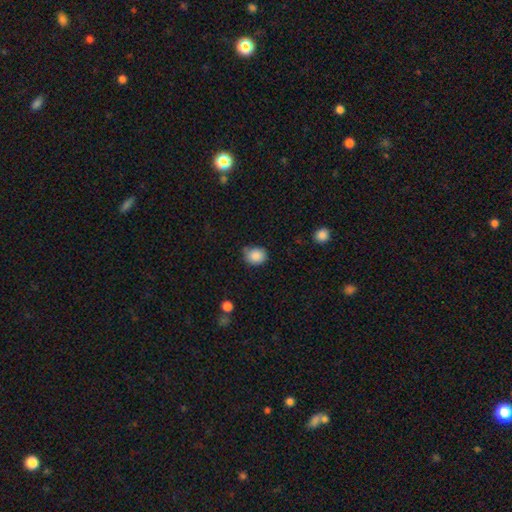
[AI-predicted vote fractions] The model was most divided on "how rounded": round: 64%, in between: 35%, cigar-shaped: 1%. More confident: smooth or featured — smooth (87%); merging — none (64%).